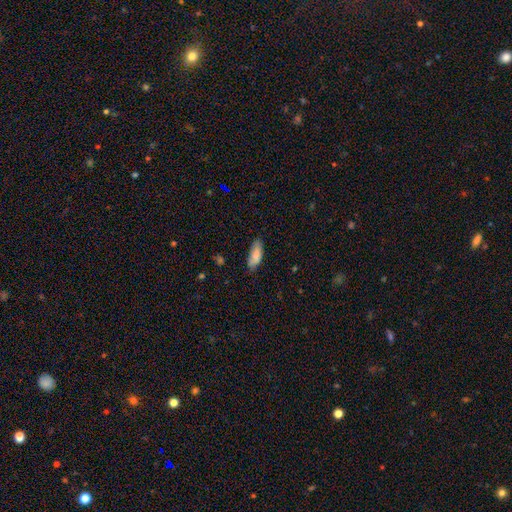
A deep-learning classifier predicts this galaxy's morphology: Smooth or featured? smooth (83%)
How rounded? in between (75%)
Merging? none (73%)